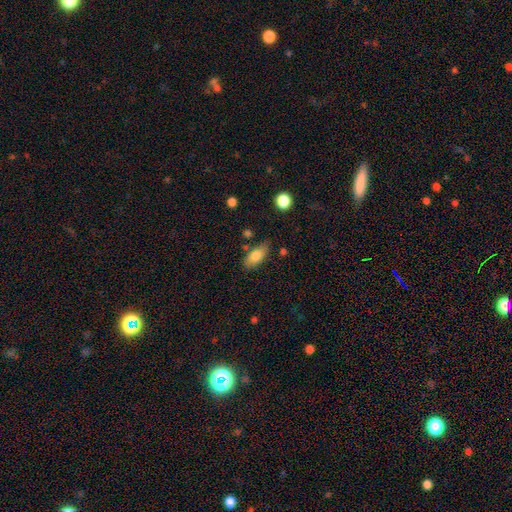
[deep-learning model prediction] This appears to be a smooth galaxy with no disk features (78%) that is in between round and cigar-shaped (85%). Merging: none (72%).